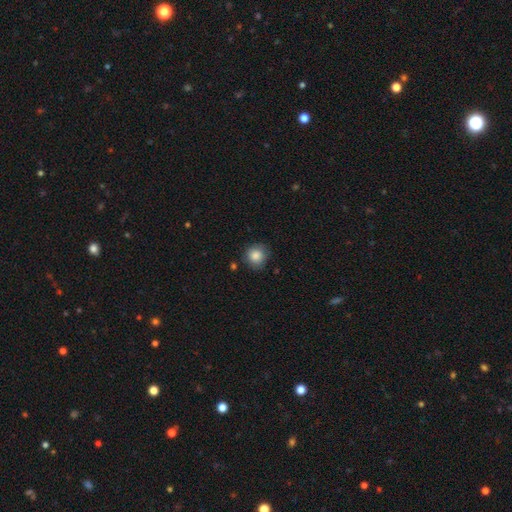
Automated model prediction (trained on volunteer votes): Smooth or featured? smooth (85%)
How rounded? round (90%)
Merging? none (80%)